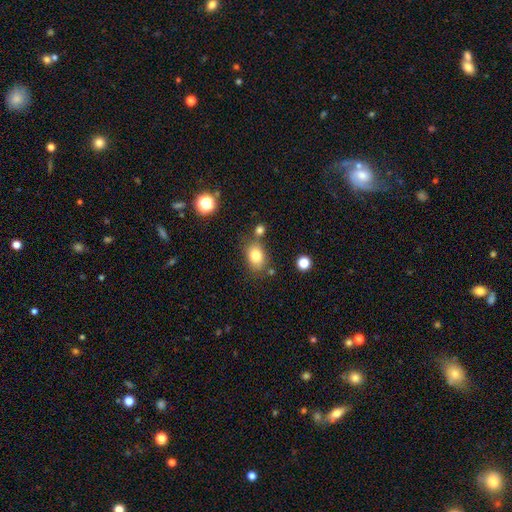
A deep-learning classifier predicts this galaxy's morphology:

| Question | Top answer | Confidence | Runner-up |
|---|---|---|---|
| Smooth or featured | smooth | 81% | star or artifact (10%) |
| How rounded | in between | 72% | round (26%) |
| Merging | none | 69% | minor disturbance (15%) |